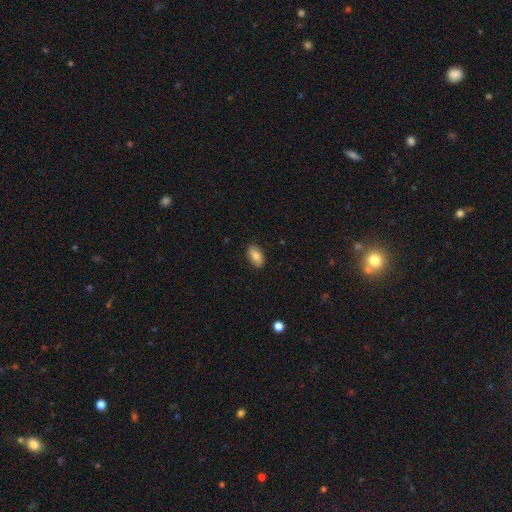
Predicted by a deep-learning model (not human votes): A smooth galaxy with no disk features (74%) that is in between round and cigar-shaped (91%).

Vote fractions:
- Smooth or featured? smooth: 74% / featured or disk: 19% / star or artifact: 7%
- How rounded? in between: 91% / round: 5% / cigar-shaped: 4%
- Merging? none: 85% / minor disturbance: 12% / major disturbance: 2% / merger: 1%